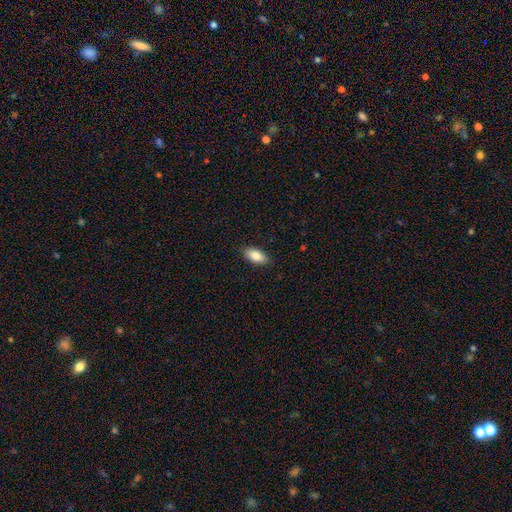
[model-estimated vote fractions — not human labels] A smooth galaxy with no disk features (84%) that is in between round and cigar-shaped (88%). Merging: none (88%).